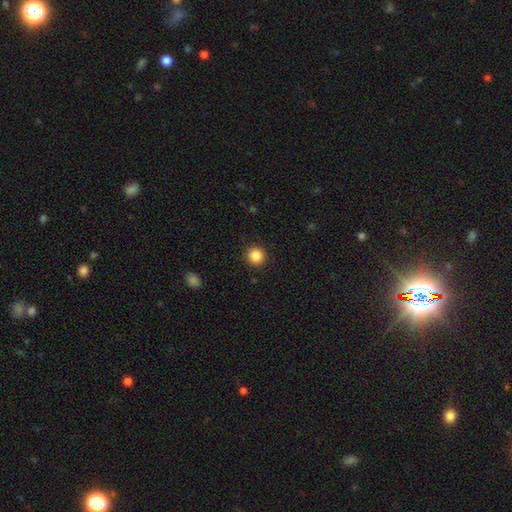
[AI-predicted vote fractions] A smooth galaxy with no disk features (87%) that is round (94%).

Vote fractions:
- Smooth or featured? smooth: 87% / star or artifact: 10% / featured or disk: 3%
- How rounded? round: 94% / in between: 5% / cigar-shaped: 1%
- Merging? none: 92% / minor disturbance: 5% / major disturbance: 2% / merger: 1%